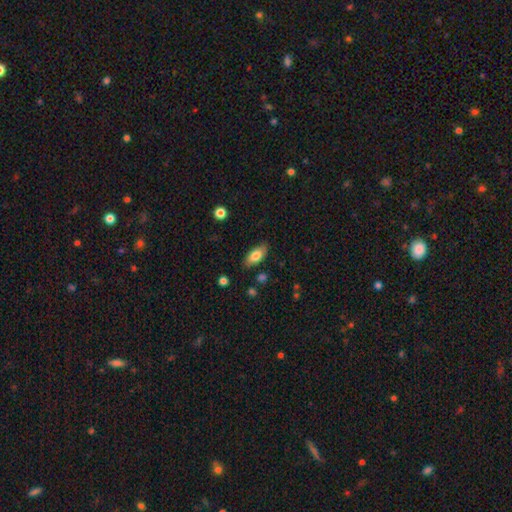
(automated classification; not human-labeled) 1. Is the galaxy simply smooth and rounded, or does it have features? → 79% smooth, 14% featured or disk, 7% star or artifact.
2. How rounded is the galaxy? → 88% in between, 9% cigar-shaped, 3% round.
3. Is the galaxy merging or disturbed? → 84% none, 12% minor disturbance, 3% major disturbance, 2% merger.